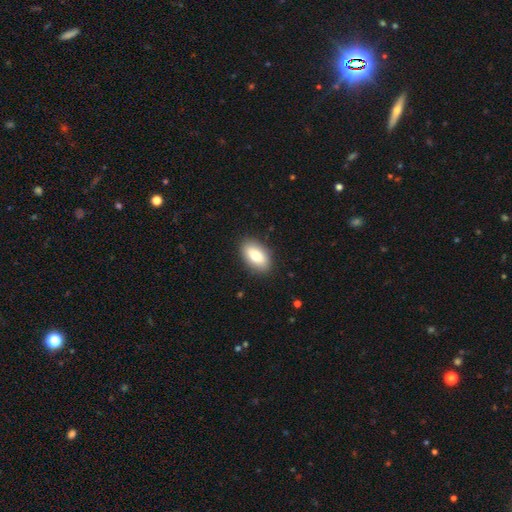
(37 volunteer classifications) Smooth or featured? smooth (70%)
How rounded? in between (96%)
Merging? none (92%)